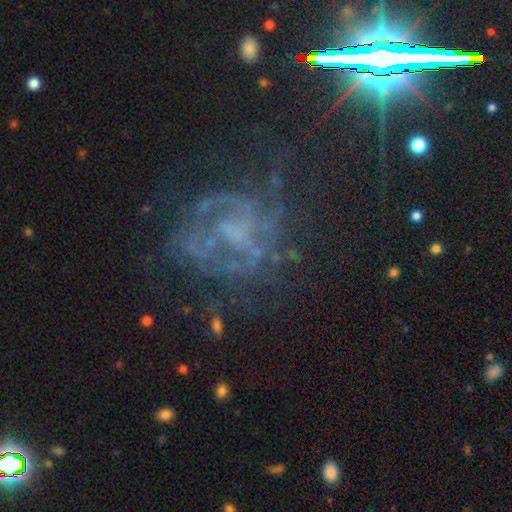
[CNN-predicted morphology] Smooth or featured? Predicted: featured or disk (p=0.69). Edge-on disk? Predicted: no (p=0.97). Bar? Predicted: no (p=0.63). Spiral arms? Predicted: yes (p=0.66). Bulge size? Predicted: none (p=0.41). Merging? Predicted: none (p=0.56).